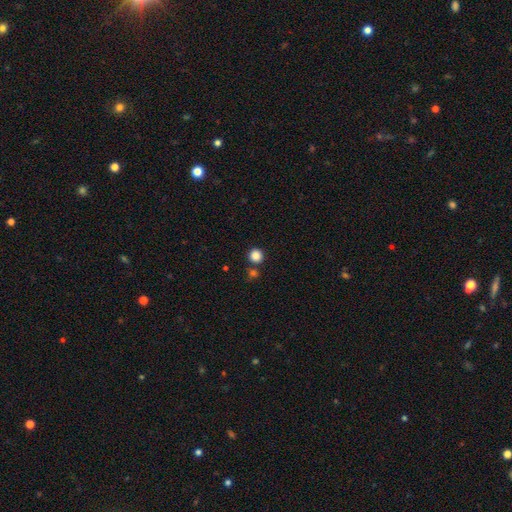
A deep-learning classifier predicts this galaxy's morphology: Smooth or featured: smooth — 86% (star or artifact — 11%)
How rounded: round — 94% (in between — 5%)
Merging: none — 79% (merger — 12%)